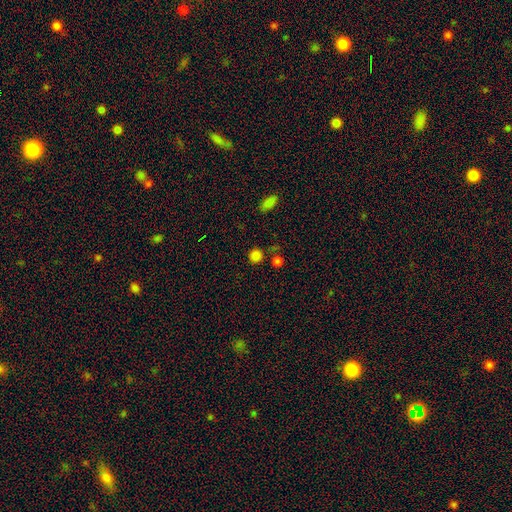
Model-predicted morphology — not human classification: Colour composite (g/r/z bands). It shows a smooth galaxy with no disk features (82%) that is round (92%). Merging: none (80%).